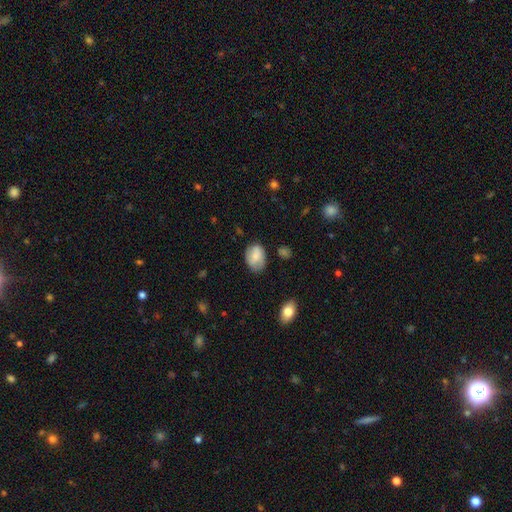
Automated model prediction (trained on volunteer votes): Smooth or featured: smooth — 73% (featured or disk — 19%)
How rounded: in between — 77% (round — 22%)
Merging: none — 70% (minor disturbance — 23%)